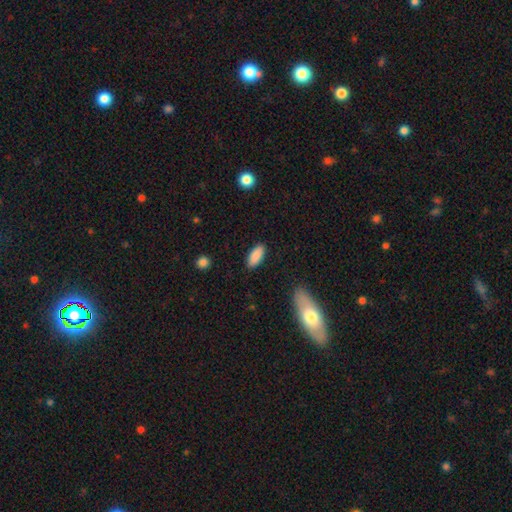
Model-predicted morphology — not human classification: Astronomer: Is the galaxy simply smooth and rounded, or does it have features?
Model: smooth — 89%.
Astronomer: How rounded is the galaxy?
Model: in between — 85%.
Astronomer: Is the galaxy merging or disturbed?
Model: none — 88%.